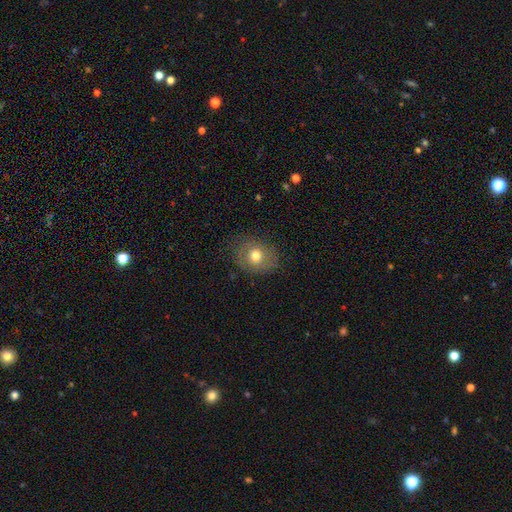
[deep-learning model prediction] Overall: smooth (72%). How rounded: round (59%; in between 40%). Merging: none (77%).